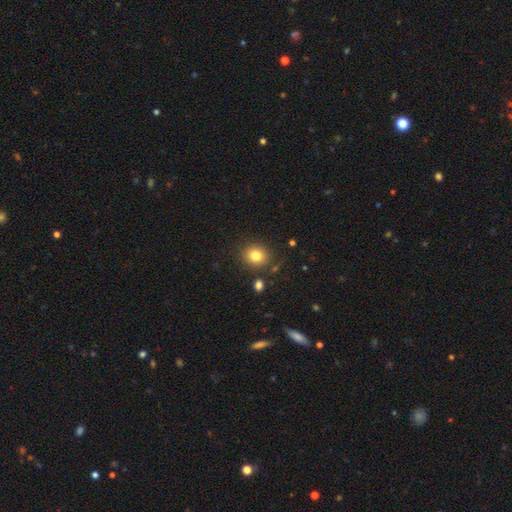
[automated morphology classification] Overall: smooth (81%). How rounded: round (76%). Merging: none (84%).